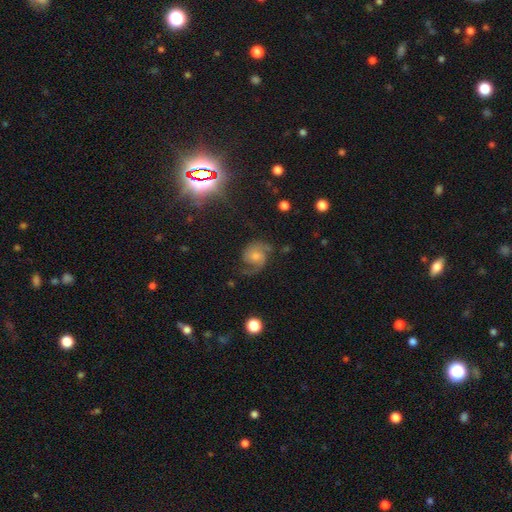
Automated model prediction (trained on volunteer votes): smooth-or-featured: featured or disk: 81% | smooth: 11% | star or artifact: 8%
  disk-edge-on: no: 98% | yes: 2%
    bar: no: 68% | weak: 27% | strong: 5%
    has-spiral-arms: yes: 96% | no: 4%
      spiral-winding: medium: 52% | loose: 30% | tight: 19%
      spiral-arm-count: 2: 88% | 1: 5% | can't tell: 3% | 3: 1% | 4: 1% | more than 4: 1%
    bulge-size: moderate: 45% | small: 42% | large: 6% | none: 6% | dominant: 2%
  merging: none: 67% | minor disturbance: 18% | major disturbance: 13% | merger: 2%